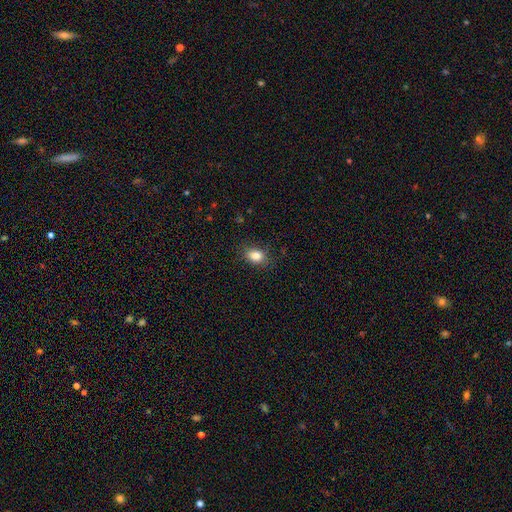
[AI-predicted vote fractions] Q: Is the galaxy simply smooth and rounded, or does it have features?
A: smooth — 84%.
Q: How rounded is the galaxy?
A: in between — 72%.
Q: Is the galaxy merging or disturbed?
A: none — 83%.